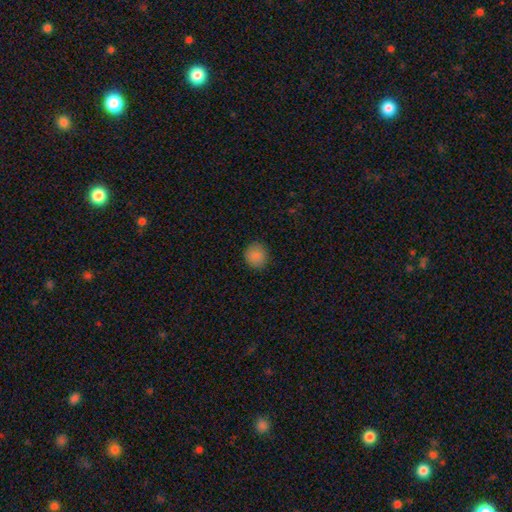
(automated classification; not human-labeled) Smooth or featured? smooth (87%)
How rounded? round (87%)
Merging? none (89%)